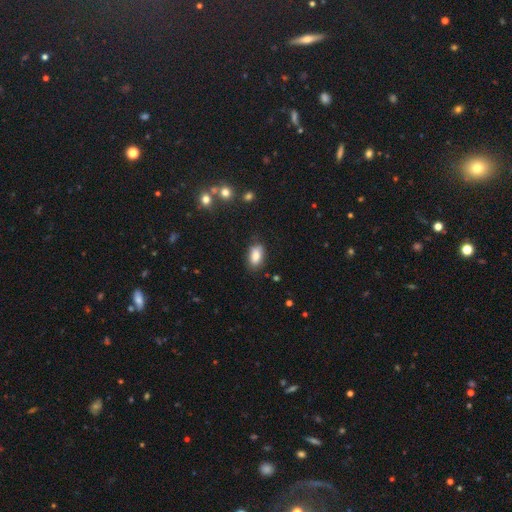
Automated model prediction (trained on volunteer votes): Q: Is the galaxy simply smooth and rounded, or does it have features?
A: smooth — 81%.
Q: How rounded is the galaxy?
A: in between — 91%.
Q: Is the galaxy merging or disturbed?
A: none — 78%.